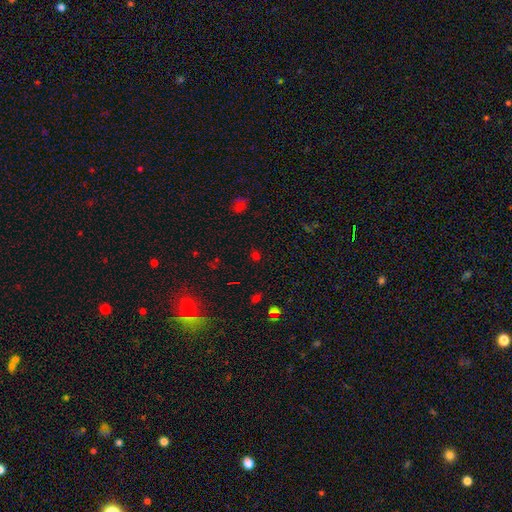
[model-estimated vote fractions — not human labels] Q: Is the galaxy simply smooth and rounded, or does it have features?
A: star or artifact — 48%.